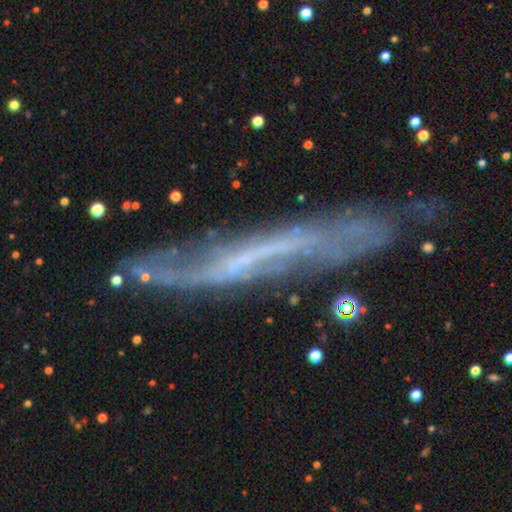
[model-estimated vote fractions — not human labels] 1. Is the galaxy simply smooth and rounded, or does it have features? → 69% featured or disk, 19% smooth, 12% star or artifact.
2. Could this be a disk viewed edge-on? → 60% yes, 40% no.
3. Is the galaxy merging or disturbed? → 61% none, 23% minor disturbance, 12% major disturbance, 4% merger.